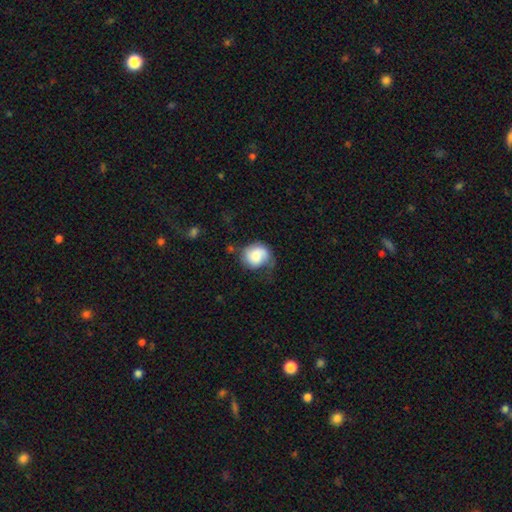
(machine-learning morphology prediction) smooth_or_featured: smooth (p=0.71) [alt: featured or disk p=0.22]
how_rounded: round (p=0.70) [alt: in between p=0.29]
merging: none (p=0.39) [alt: minor disturbance p=0.36]